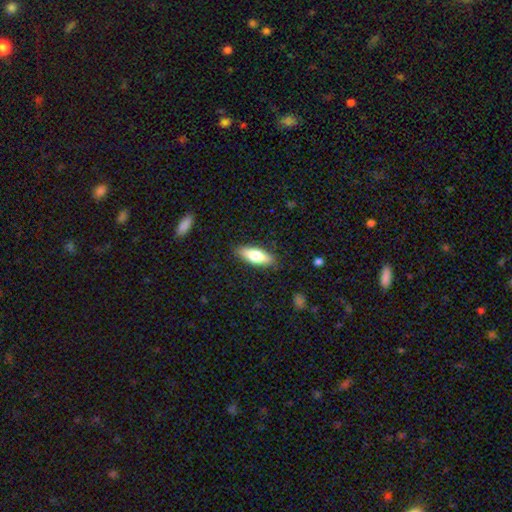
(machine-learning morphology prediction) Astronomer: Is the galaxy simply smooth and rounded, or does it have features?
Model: smooth — 71%.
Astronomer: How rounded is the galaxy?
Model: in between — 66%.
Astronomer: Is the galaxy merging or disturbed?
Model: none — 86%.